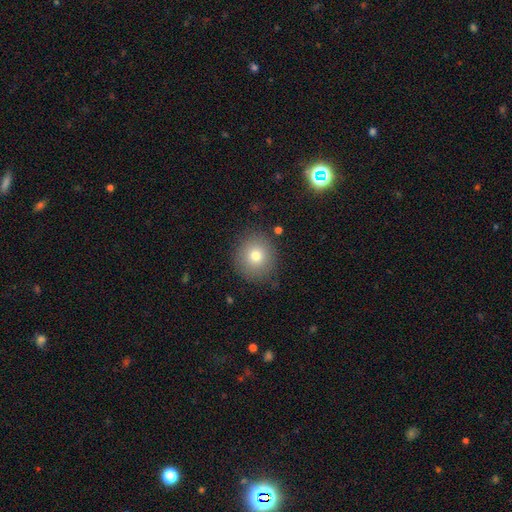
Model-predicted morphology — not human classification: Smooth or featured: smooth — 77% (featured or disk — 12%)
How rounded: round — 88% (in between — 11%)
Merging: none — 84% (minor disturbance — 11%)